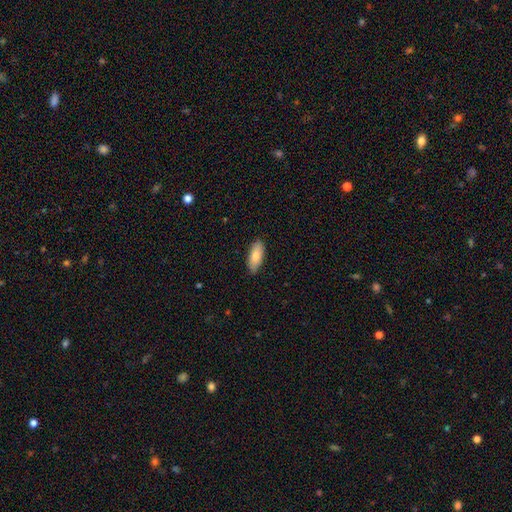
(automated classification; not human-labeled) This appears to be a smooth galaxy with no disk features (80%) that is in between round and cigar-shaped (80%). Merging: none (87%).